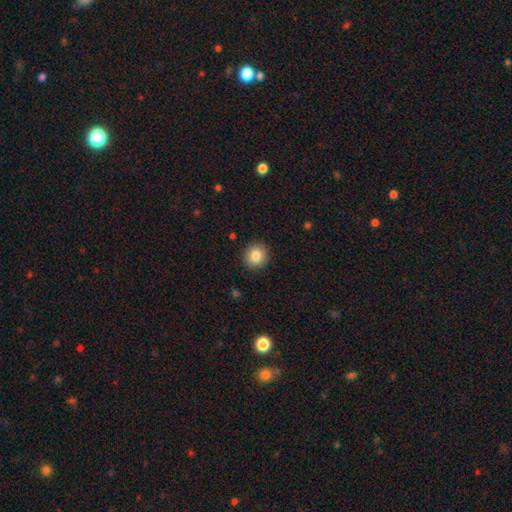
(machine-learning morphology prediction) smooth_or_featured: smooth (p=0.84) [alt: star or artifact p=0.09]
how_rounded: round (p=0.90) [alt: in between p=0.09]
merging: none (p=0.91) [alt: minor disturbance p=0.06]